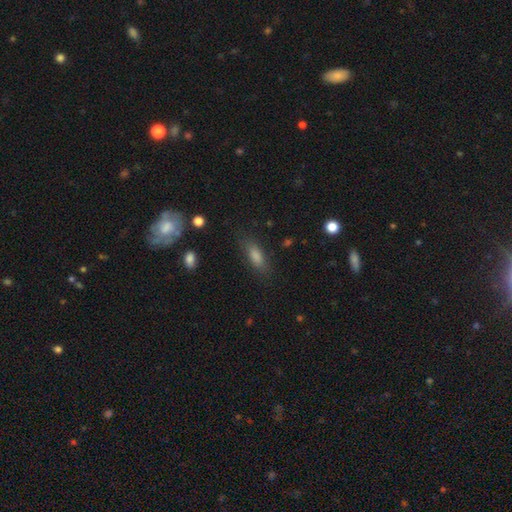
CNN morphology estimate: The model was most divided on "how rounded": in between: 61%, cigar-shaped: 35%, round: 4%. More confident: merging — none (78%); smooth or featured — smooth (69%).